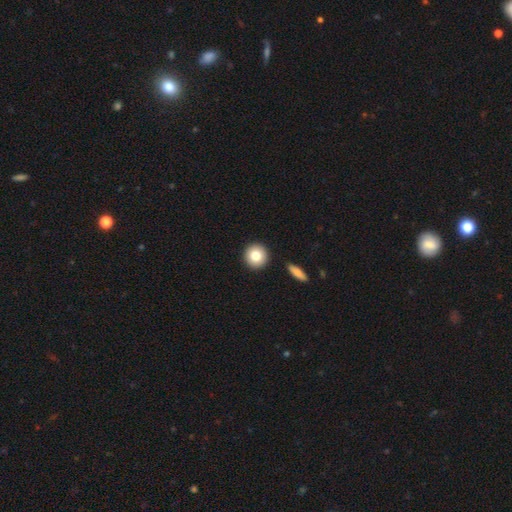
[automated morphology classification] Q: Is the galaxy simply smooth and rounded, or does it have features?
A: smooth — 80%.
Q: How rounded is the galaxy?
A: round — 93%.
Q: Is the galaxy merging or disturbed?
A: none — 90%.